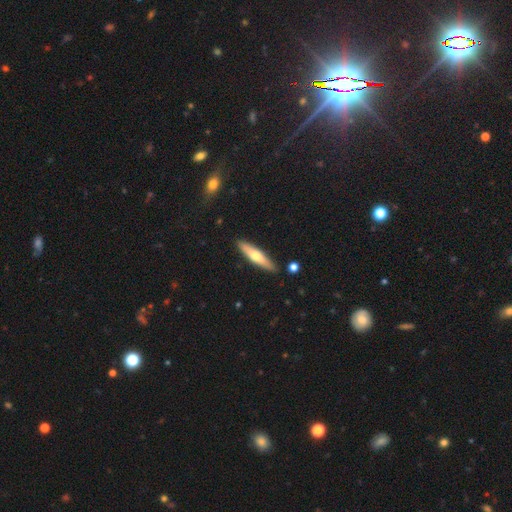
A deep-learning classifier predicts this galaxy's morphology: smooth 53%, featured or disk 42%, star or artifact 5%. Down the decision tree: how rounded — cigar-shaped (81%); merging — none (88%).